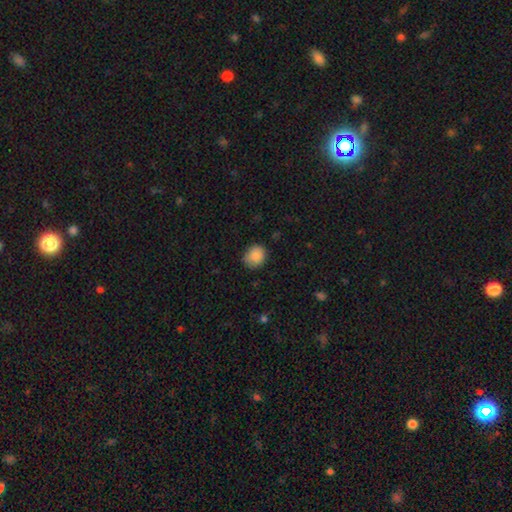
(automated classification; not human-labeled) Morphology: type=smooth (87%); roundness=round (68%); merging=none (81%).